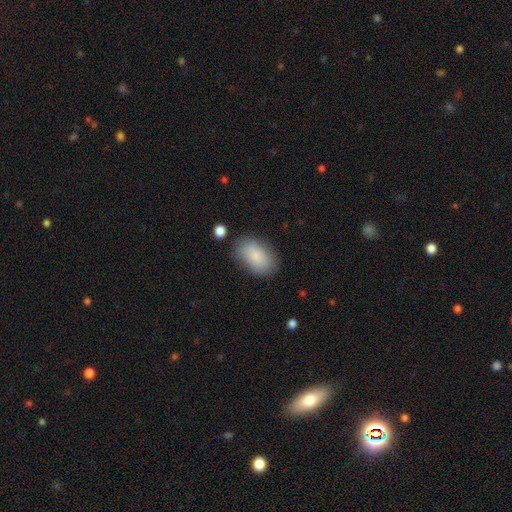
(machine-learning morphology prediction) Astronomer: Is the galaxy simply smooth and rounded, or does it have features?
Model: smooth — 85%.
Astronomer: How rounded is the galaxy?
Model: in between — 90%.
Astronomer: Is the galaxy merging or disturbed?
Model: none — 76%.